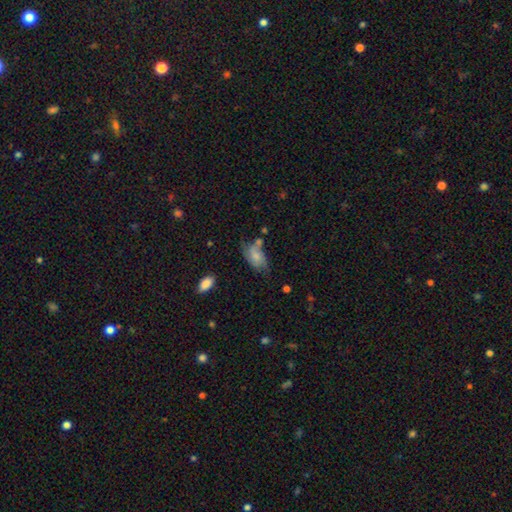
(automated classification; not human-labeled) Q: Smooth or featured?
A: smooth (70%); runner-up: featured or disk (22%)
Q: How rounded?
A: in between (90%); runner-up: round (8%)
Q: Merging?
A: none (43%); runner-up: minor disturbance (31%)